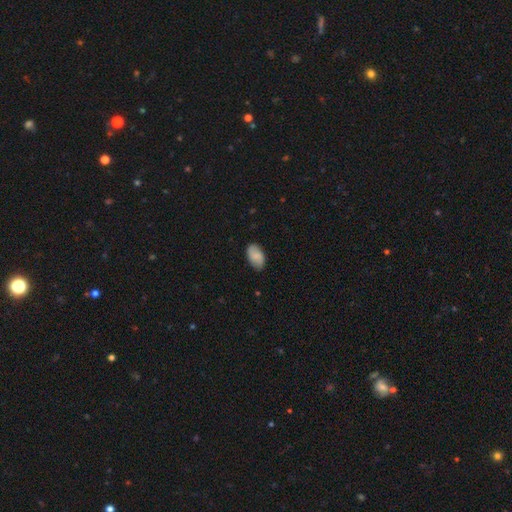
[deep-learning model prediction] Smooth or featured?
  - smooth: 78% *
  - featured or disk: 15%
  - star or artifact: 7%
How rounded?
  - in between: 94% *
  - round: 5%
  - cigar-shaped: 2%
Merging?
  - none: 82% *
  - minor disturbance: 15%
  - major disturbance: 3%
  - merger: 1%